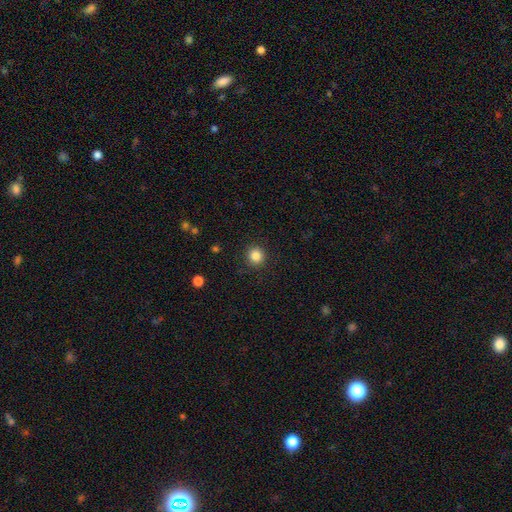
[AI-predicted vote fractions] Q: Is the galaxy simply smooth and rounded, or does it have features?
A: smooth — 84%.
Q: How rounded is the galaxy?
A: round — 93%.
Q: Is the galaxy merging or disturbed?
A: none — 91%.